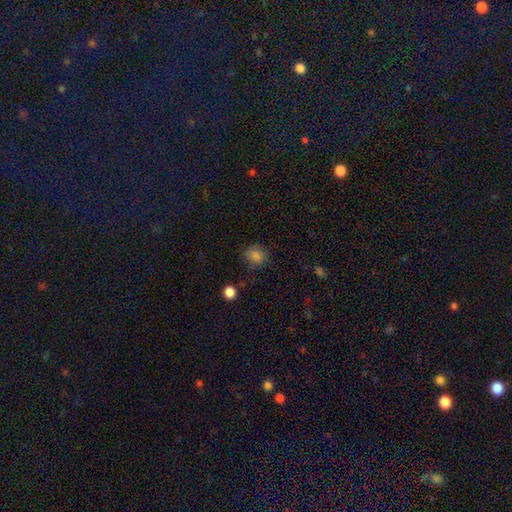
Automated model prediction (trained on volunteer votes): Smooth or featured? smooth (82%)
How rounded? round (75%)
Merging? none (76%)